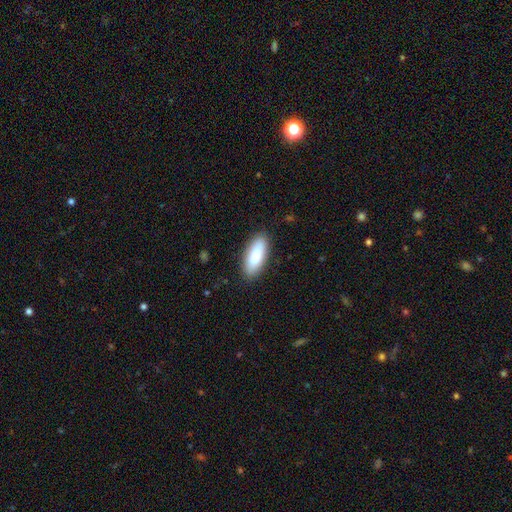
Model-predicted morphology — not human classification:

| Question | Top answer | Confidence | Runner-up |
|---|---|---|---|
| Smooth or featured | smooth | 85% | featured or disk (10%) |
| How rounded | in between | 77% | cigar-shaped (21%) |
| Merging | none | 86% | minor disturbance (10%) |